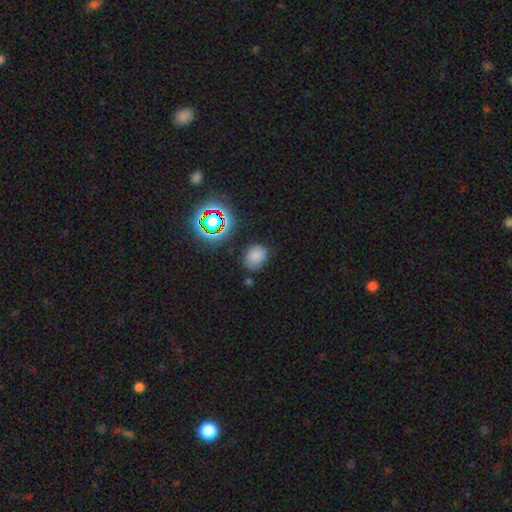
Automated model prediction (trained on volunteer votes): Smooth or featured?
  - smooth: 74% *
  - star or artifact: 18%
  - featured or disk: 8%
How rounded?
  - in between: 53% *
  - round: 45%
  - cigar-shaped: 1%
Merging?
  - none: 75% *
  - minor disturbance: 17%
  - major disturbance: 4%
  - merger: 3%